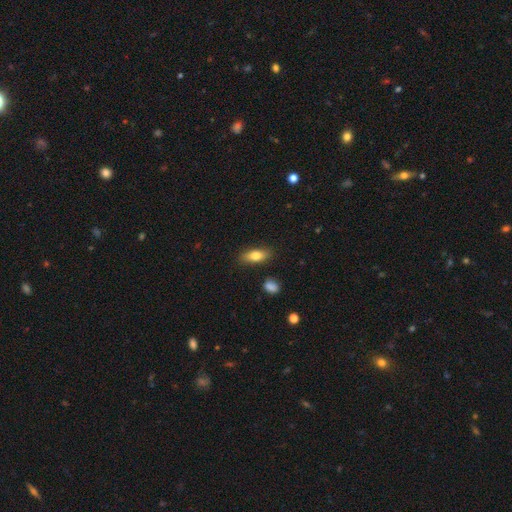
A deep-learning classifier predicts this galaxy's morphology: The model was most divided on "how rounded": in between: 74%, cigar-shaped: 22%, round: 4%. More confident: merging — none (85%); smooth or featured — smooth (76%).